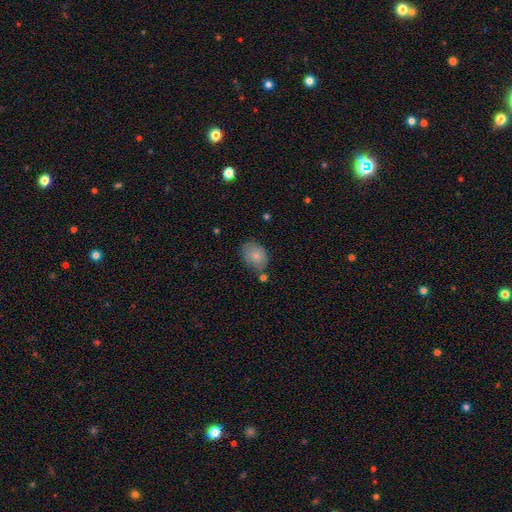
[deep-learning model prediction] Overall: smooth (78%). How rounded: in between (77%). Merging: none (65%).